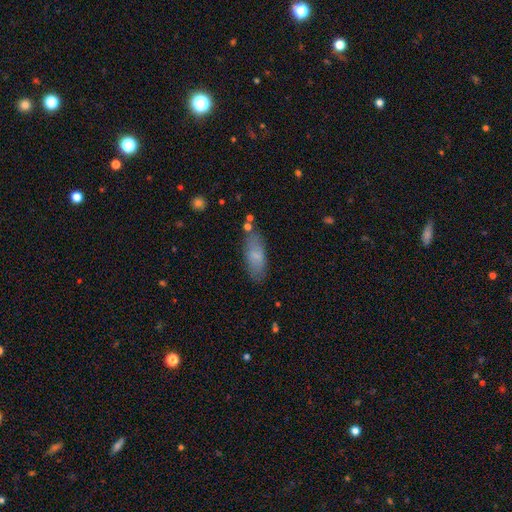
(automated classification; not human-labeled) This is likely a smooth galaxy (74%). How rounded: likely in between (70%). Merging: likely none (76%).